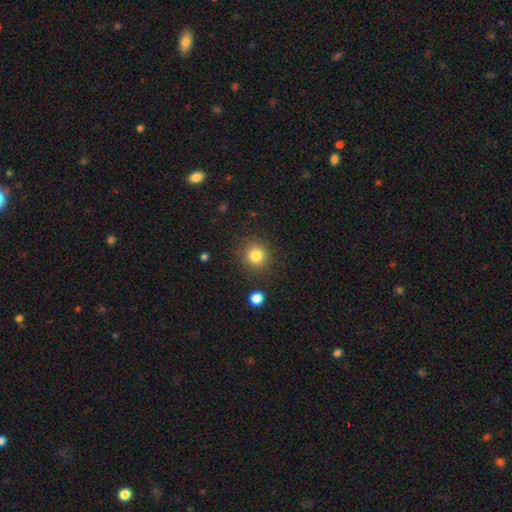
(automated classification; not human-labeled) Q: Smooth or featured?
A: smooth (83%); runner-up: star or artifact (12%)
Q: How rounded?
A: round (91%); runner-up: in between (8%)
Q: Merging?
A: none (87%); runner-up: minor disturbance (7%)